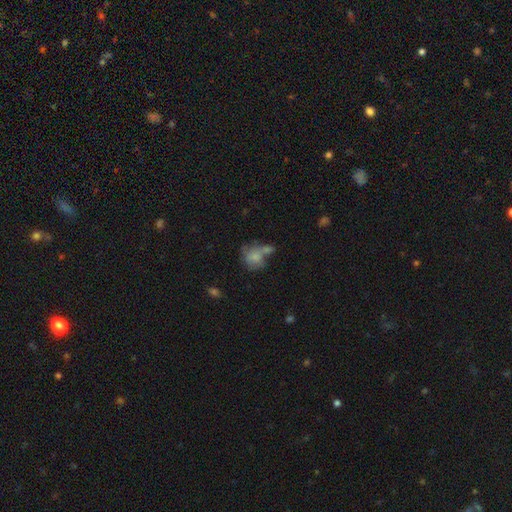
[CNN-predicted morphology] smooth_or_featured: smooth (p=0.67) [alt: featured or disk p=0.22]
how_rounded: round (p=0.57) [alt: in between p=0.42]
merging: merger (p=0.35) [alt: none p=0.30]